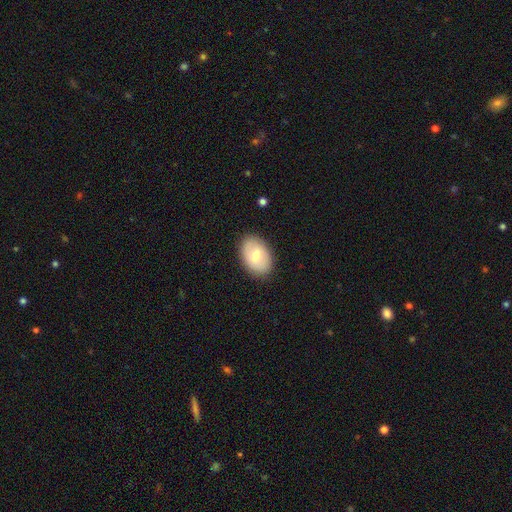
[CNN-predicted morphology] smooth 68%, featured or disk 26%, star or artifact 7%. Down the decision tree: how rounded — in between (84%); merging — none (87%).